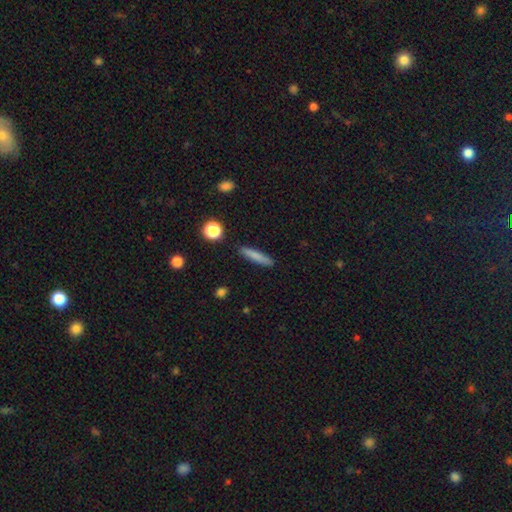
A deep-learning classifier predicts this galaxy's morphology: Smooth or featured?
  - smooth: 79% *
  - featured or disk: 13%
  - star or artifact: 8%
How rounded?
  - cigar-shaped: 89% *
  - in between: 9%
  - round: 2%
Merging?
  - none: 88% *
  - minor disturbance: 8%
  - major disturbance: 2%
  - merger: 2%